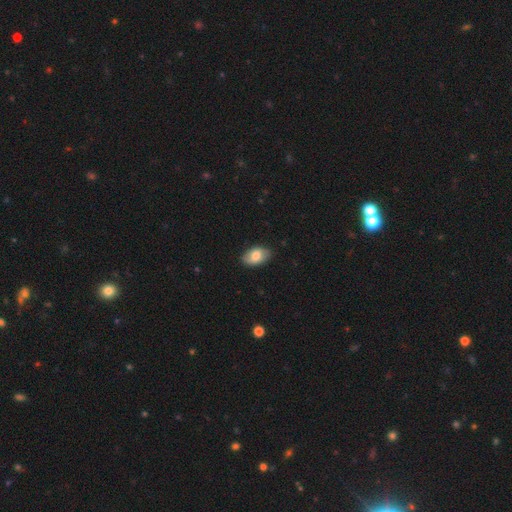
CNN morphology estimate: A smooth galaxy with no disk features (73%) that is in between round and cigar-shaped (93%). Merging: none (83%).